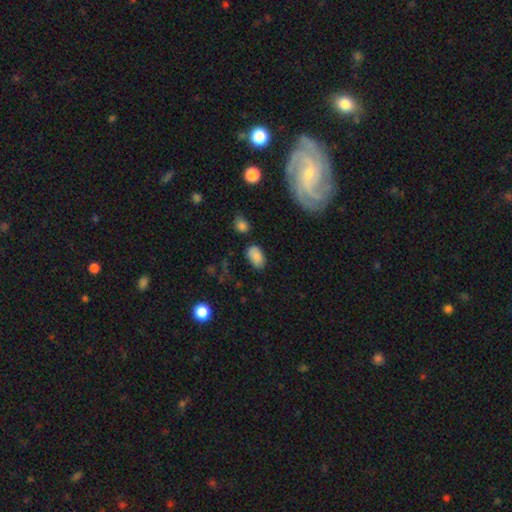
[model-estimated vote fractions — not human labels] smooth_or_featured: smooth (p=0.83) [alt: star or artifact p=0.10]
how_rounded: in between (p=0.91) [alt: round p=0.08]
merging: none (p=0.70) [alt: minor disturbance p=0.20]